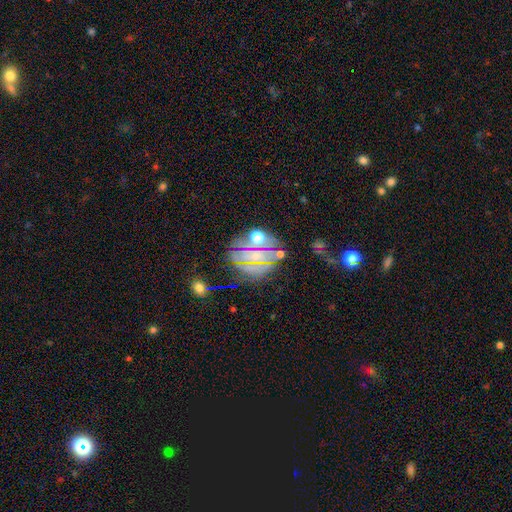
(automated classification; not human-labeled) Morphology: type=featured or disk (37%); merging=none (61%).